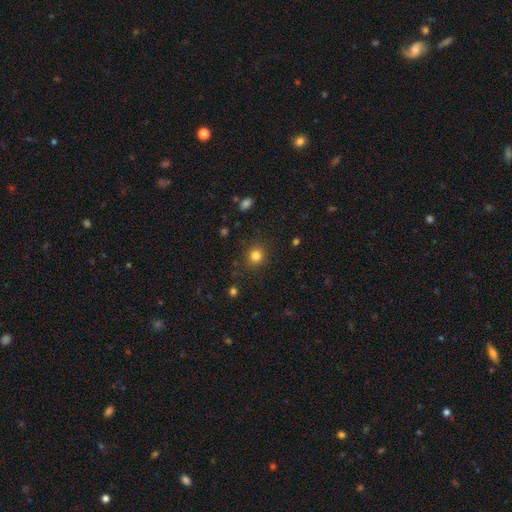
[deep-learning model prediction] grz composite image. It shows a smooth galaxy with no disk features (81%) that is round (87%). Merging: none (87%).